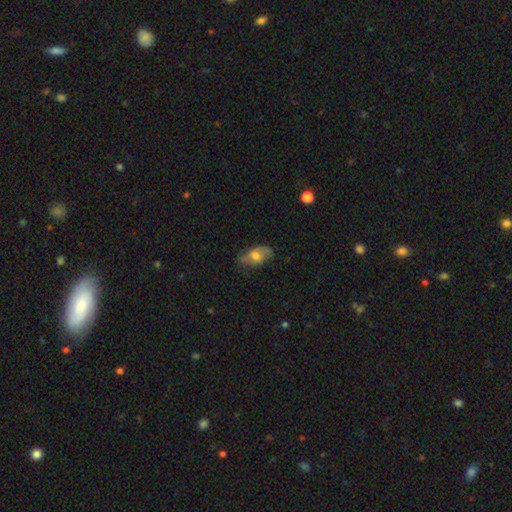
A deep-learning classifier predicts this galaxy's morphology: type=smooth (56%); roundness=in between (89%); merging=none (62%).